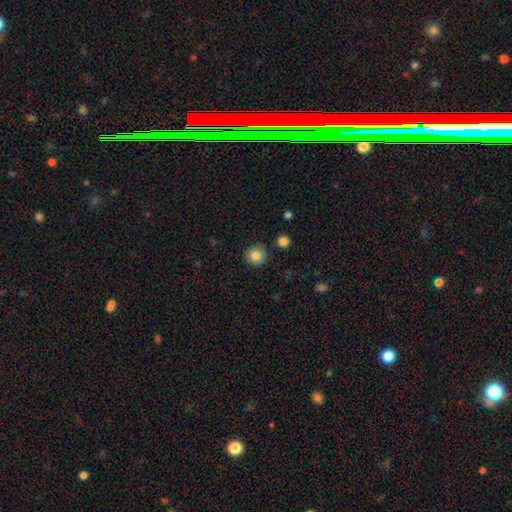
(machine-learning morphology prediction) Overall: smooth (85%). How rounded: round (91%). Merging: none (85%).